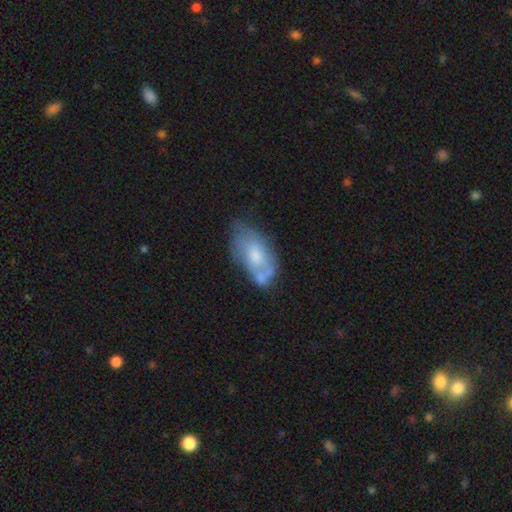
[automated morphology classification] A smooth galaxy with no disk features (51%) that is in between round and cigar-shaped (92%).

Vote fractions:
- Smooth or featured? smooth: 51% / featured or disk: 42% / star or artifact: 7%
- How rounded? in between: 92% / round: 4% / cigar-shaped: 4%
- Merging? none: 38% / minor disturbance: 29% / merger: 19% / major disturbance: 14%